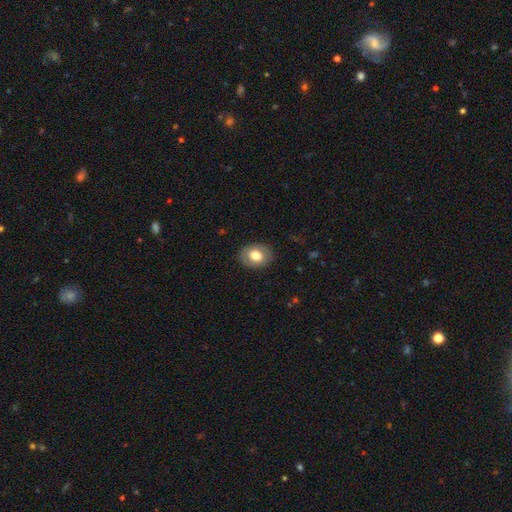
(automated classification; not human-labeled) A smooth galaxy with no disk features (69%) that is in between round and cigar-shaped (68%). Merging: none (85%).